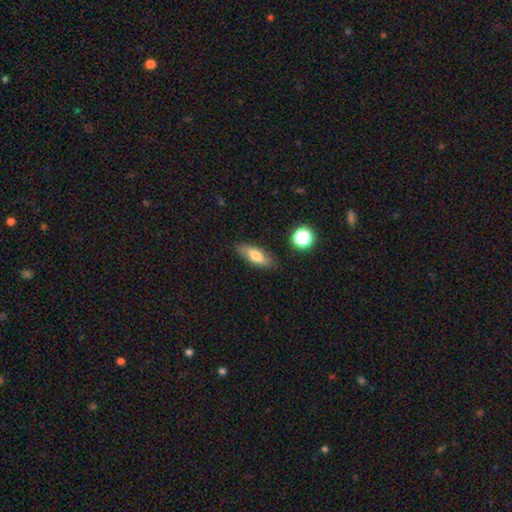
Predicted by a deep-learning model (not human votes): This is likely a smooth galaxy (69%). How rounded: likely in between (63%). Merging: clearly none (83%).